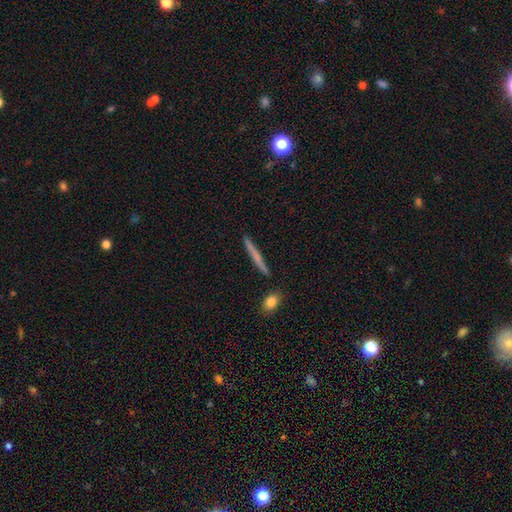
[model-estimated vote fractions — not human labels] smooth 54%, featured or disk 40%, star or artifact 7%. Down the decision tree: how rounded — cigar-shaped (95%); merging — none (90%).